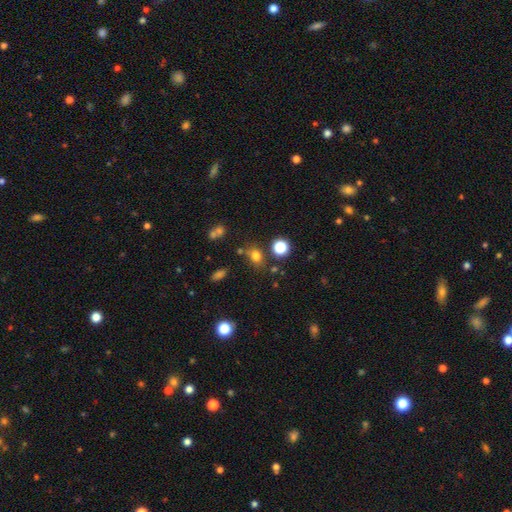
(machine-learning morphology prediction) smooth_or_featured: smooth (p=0.73) [alt: star or artifact p=0.19]
how_rounded: round (p=0.51) [alt: in between p=0.47]
merging: none (p=0.71) [alt: minor disturbance p=0.13]